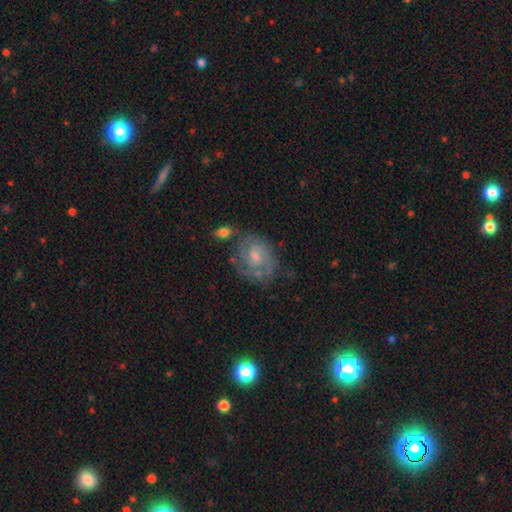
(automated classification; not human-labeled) Smooth or featured? featured or disk (77%)
Edge-on disk? no (97%)
Bar? no (56%)
Spiral arms? yes (92%)
Spiral winding? tight (57%)
Spiral arm count? 2 (54%)
Bulge size? small (51%)
Merging? none (67%)